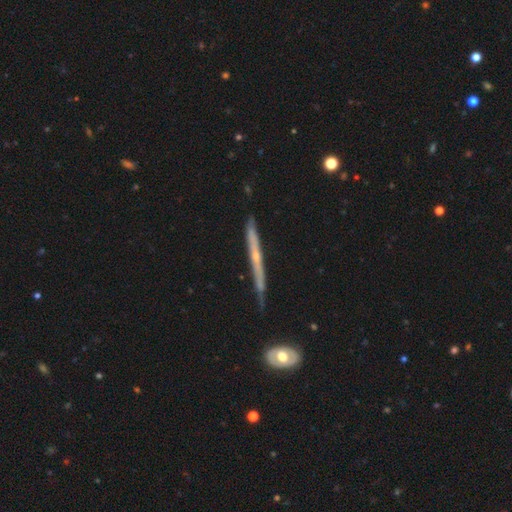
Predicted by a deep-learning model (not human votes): Smooth or featured?
  - featured or disk: 73% *
  - smooth: 21%
  - star or artifact: 7%
Edge-on disk?
  - yes: 96% *
  - no: 4%
Edge-on bulge?
  - none: 54% *
  - rounded: 42%
  - boxy: 4%
Merging?
  - none: 83% *
  - minor disturbance: 14%
  - major disturbance: 2%
  - merger: 2%